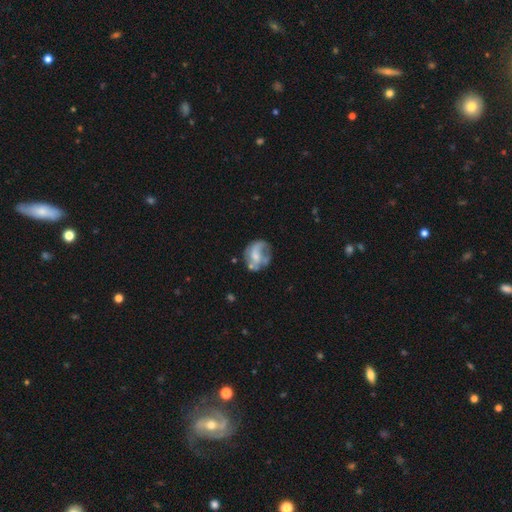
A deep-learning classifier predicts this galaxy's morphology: smooth-or-featured: featured or disk: 54% | smooth: 38% | star or artifact: 9%
  disk-edge-on: no: 97% | yes: 3%
    bar: no: 64% | weak: 28% | strong: 8%
    has-spiral-arms: no: 58% | yes: 42%
    bulge-size: moderate: 36% | small: 34% | none: 23% | large: 6% | dominant: 1%
  merging: none: 43% | minor disturbance: 25% | major disturbance: 23% | merger: 9%